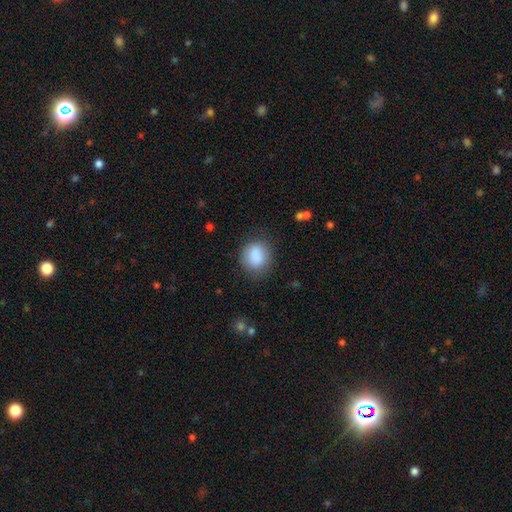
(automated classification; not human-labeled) Q: Smooth or featured?
A: smooth (86%); runner-up: star or artifact (8%)
Q: How rounded?
A: round (68%); runner-up: in between (31%)
Q: Merging?
A: none (78%); runner-up: minor disturbance (15%)